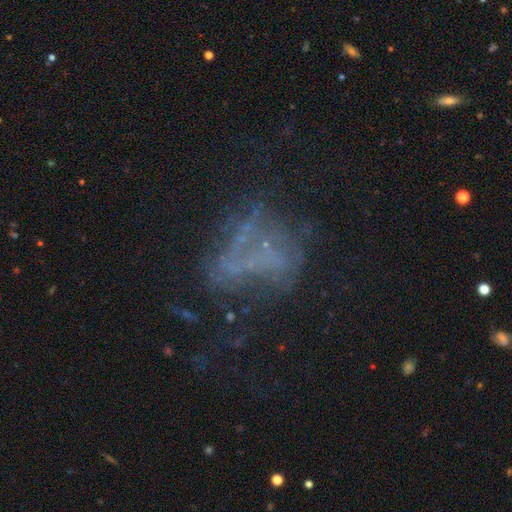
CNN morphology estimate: Overall: featured or disk (51%; star or artifact 28%). Edge-on disk: no (95%). Merging: none (40%; major disturbance 36%).